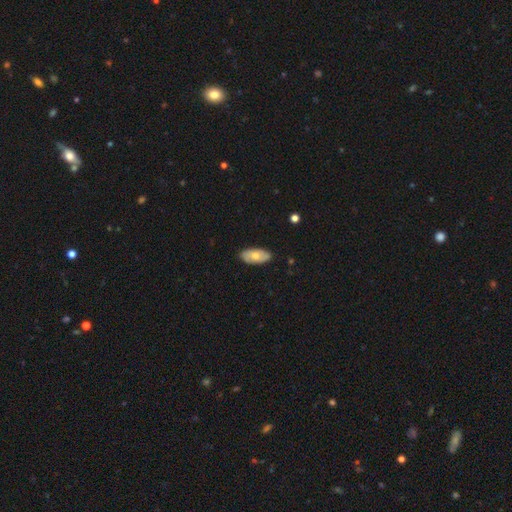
Volunteers were most divided on "smooth or featured": smooth: 62%, featured or disk: 35%, star or artifact: 3%. More confident: how rounded — in between (96%); merging — none (89%).